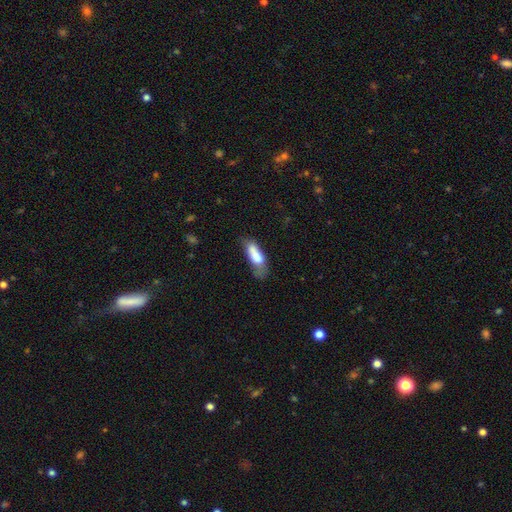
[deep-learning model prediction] Q: Smooth or featured?
A: smooth (72%); runner-up: featured or disk (20%)
Q: How rounded?
A: in between (63%); runner-up: cigar-shaped (35%)
Q: Merging?
A: minor disturbance (32%); tied with: none (32%)